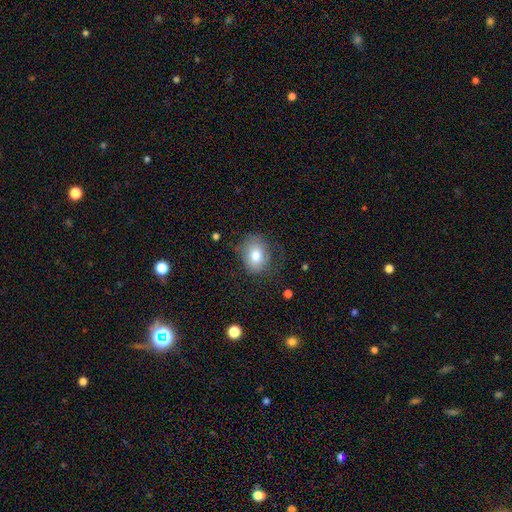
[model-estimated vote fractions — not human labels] This appears to be a smooth galaxy with no disk features (76%) that is in between round and cigar-shaped (52%). Merging: none (62%).